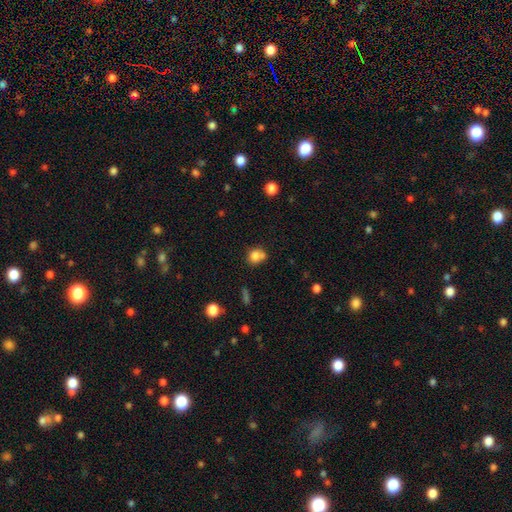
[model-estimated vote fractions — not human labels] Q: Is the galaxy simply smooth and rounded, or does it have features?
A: smooth — 78%.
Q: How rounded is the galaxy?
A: round — 69%.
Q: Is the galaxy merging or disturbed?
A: none — 46%.